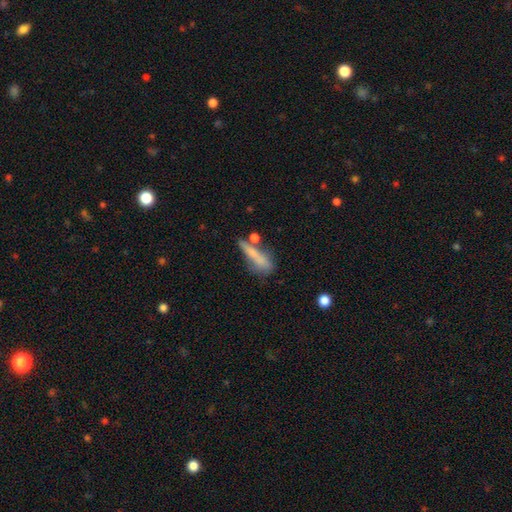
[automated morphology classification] Smooth or featured: smooth — 62% (featured or disk — 28%)
How rounded: cigar-shaped — 69% (in between — 27%)
Merging: none — 42% (minor disturbance — 23%)